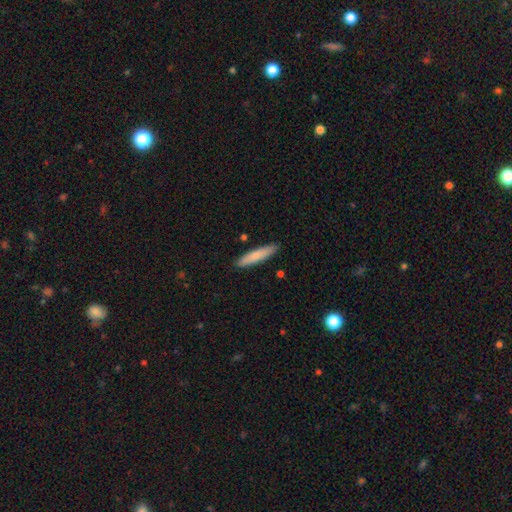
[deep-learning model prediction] A smooth galaxy with no disk features (74%) that is cigar-shaped (87%). Merging: none (88%).